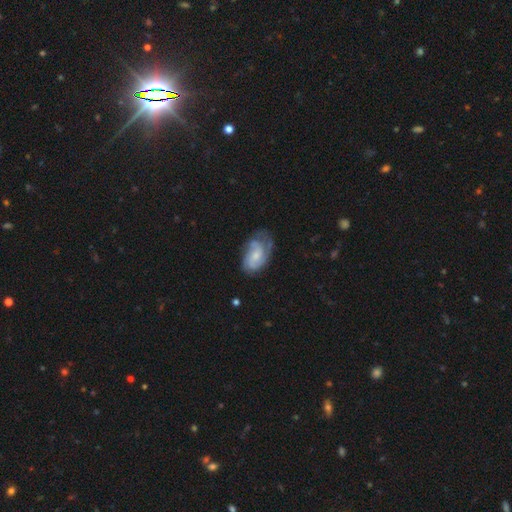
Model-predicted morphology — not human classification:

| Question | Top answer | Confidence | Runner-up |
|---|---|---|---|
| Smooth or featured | featured or disk | 70% | smooth (24%) |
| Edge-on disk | no | 97% | yes (3%) |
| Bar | no | 64% | weak (31%) |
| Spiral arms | yes | 90% | no (10%) |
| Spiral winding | medium | 42% | tight (41%) |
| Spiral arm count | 2 | 41% | can't tell (27%) |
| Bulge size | small | 55% | moderate (32%) |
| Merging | none | 52% | minor disturbance (28%) |